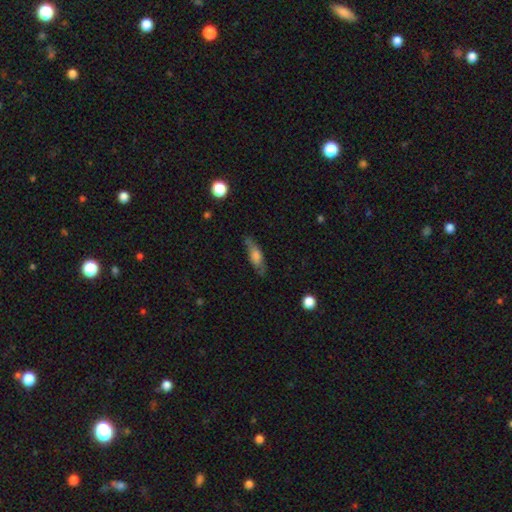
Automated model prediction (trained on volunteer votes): Overall: smooth (58%; featured or disk 35%). How rounded: in between (52%; cigar-shaped 45%). Merging: none (67%).